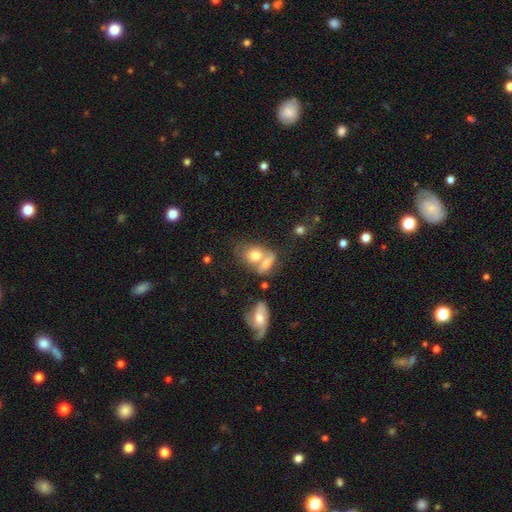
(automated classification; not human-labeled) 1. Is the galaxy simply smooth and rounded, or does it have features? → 73% smooth, 18% featured or disk, 10% star or artifact.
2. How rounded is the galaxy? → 64% in between, 33% round, 3% cigar-shaped.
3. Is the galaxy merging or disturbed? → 54% merger, 28% none, 11% minor disturbance, 7% major disturbance.